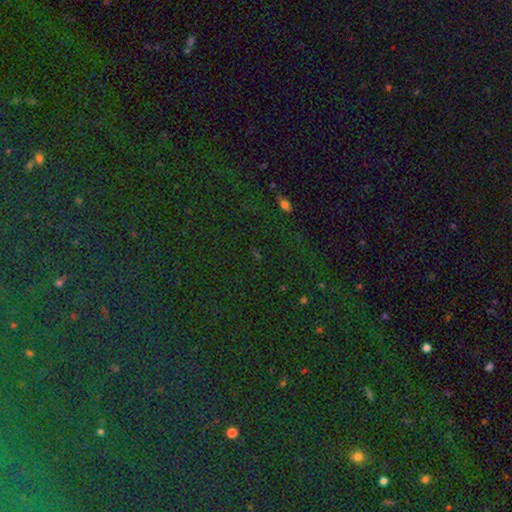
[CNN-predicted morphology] Smooth or featured? Predicted: star or artifact (p=0.81).